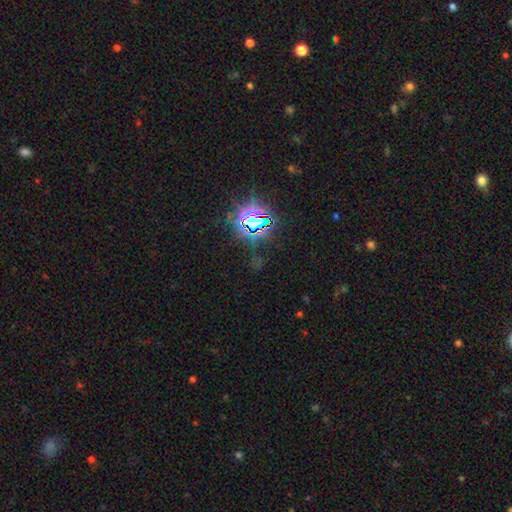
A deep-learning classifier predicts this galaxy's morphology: smooth_or_featured: star or artifact (p=0.80) [alt: smooth p=0.12]